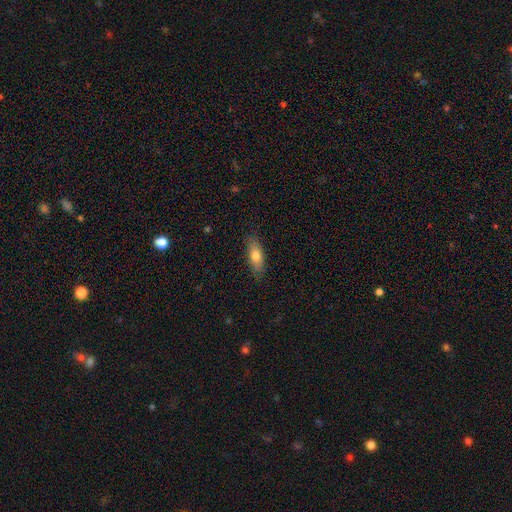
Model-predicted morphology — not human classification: Overall: smooth (75%). How rounded: in between (70%). Merging: none (84%).